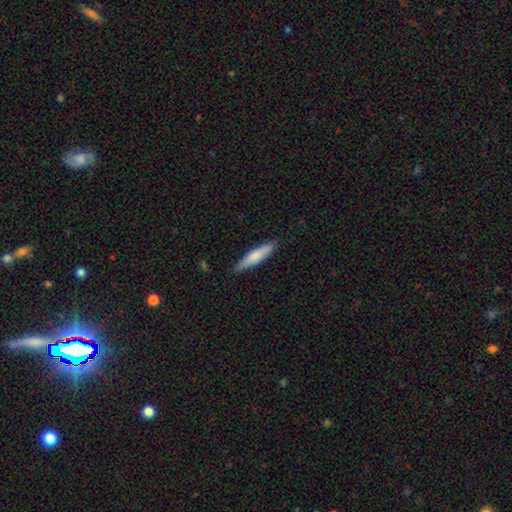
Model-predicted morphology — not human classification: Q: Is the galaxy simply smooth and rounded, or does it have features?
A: smooth — 72%.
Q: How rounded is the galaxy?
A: cigar-shaped — 85%.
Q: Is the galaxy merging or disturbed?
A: none — 85%.